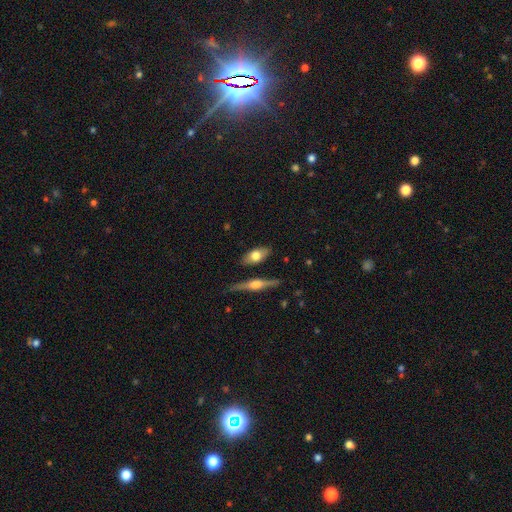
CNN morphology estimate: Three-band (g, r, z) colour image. It shows a smooth galaxy with no disk features (59%) that is in between round and cigar-shaped (78%). Merging: none (79%).